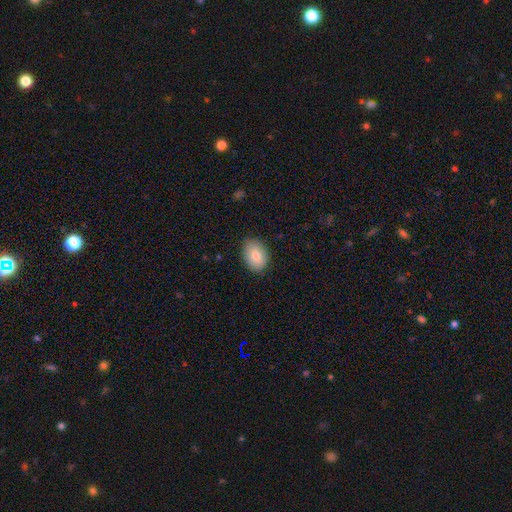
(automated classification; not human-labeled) smooth-or-featured: smooth: 81% | featured or disk: 12% | star or artifact: 7%
  how-rounded: in between: 75% | round: 24% | cigar-shaped: 1%
  merging: none: 86% | minor disturbance: 11% | major disturbance: 2% | merger: 1%